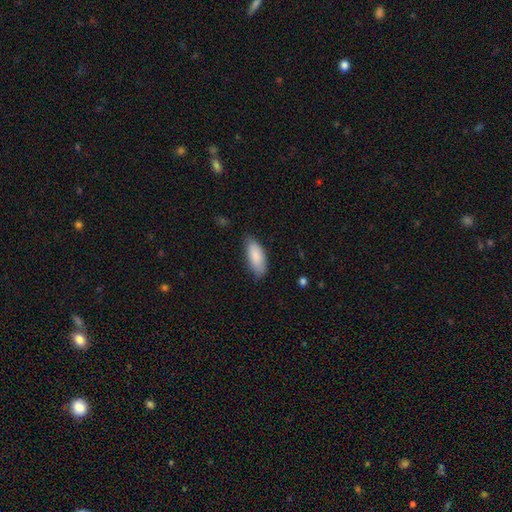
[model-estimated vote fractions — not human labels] Smooth or featured?
  - smooth: 87% *
  - featured or disk: 7%
  - star or artifact: 6%
How rounded?
  - in between: 81% *
  - cigar-shaped: 17%
  - round: 2%
Merging?
  - none: 76% *
  - minor disturbance: 20%
  - major disturbance: 3%
  - merger: 1%